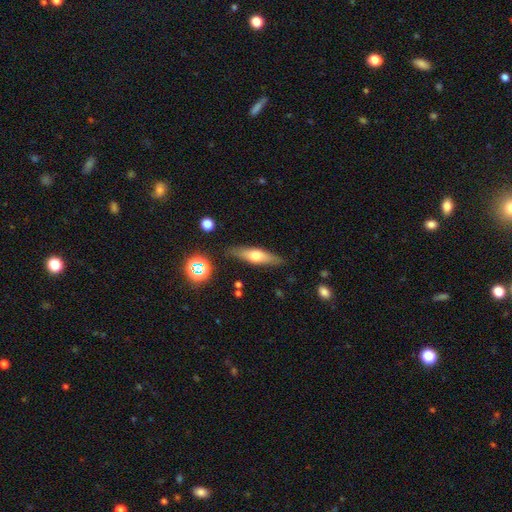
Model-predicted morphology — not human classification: Smooth or featured? Predicted: featured or disk (p=0.47). Merging? Predicted: none (p=0.85).